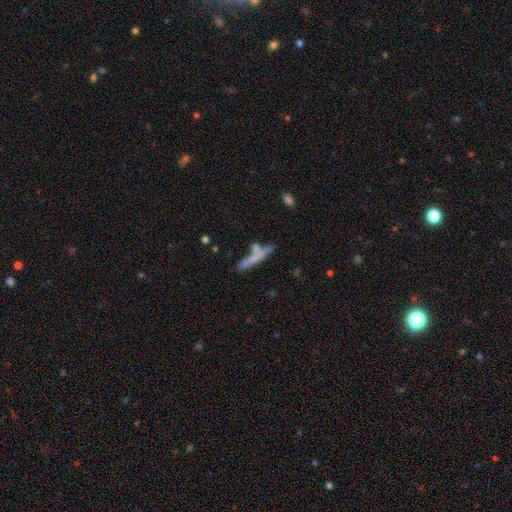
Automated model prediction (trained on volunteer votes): smooth 61%, featured or disk 31%, star or artifact 8%. Down the decision tree: how rounded — cigar-shaped (90%); merging — none (58%).